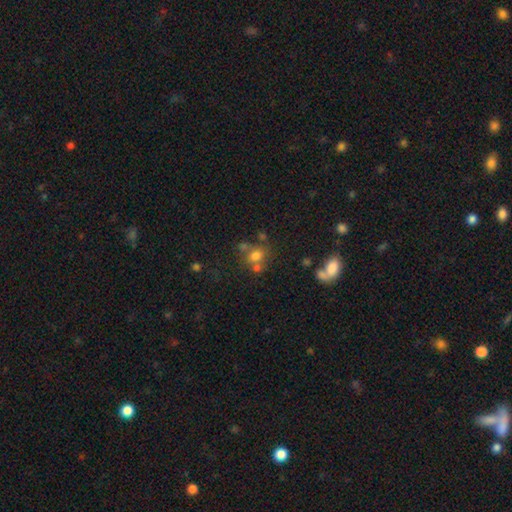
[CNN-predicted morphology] A smooth galaxy with no disk features (69%) that is round (57%). Merging: none (52%).